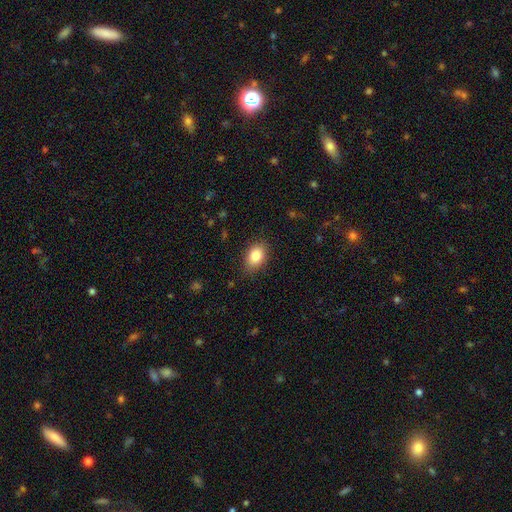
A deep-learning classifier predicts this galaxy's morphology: Q: Smooth or featured?
A: smooth (85%); runner-up: star or artifact (8%)
Q: How rounded?
A: in between (82%); runner-up: round (17%)
Q: Merging?
A: none (84%); runner-up: minor disturbance (12%)